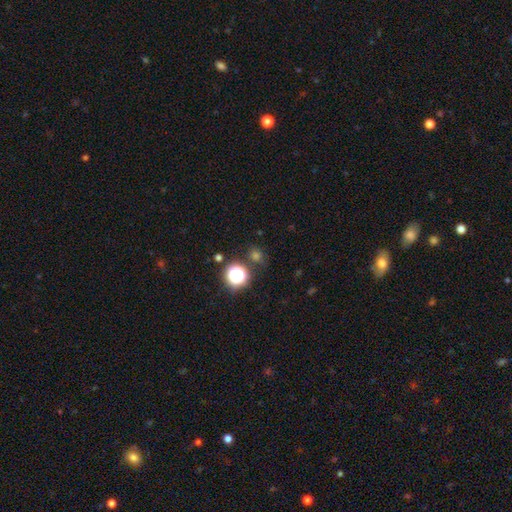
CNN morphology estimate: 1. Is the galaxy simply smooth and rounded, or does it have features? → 60% smooth, 34% star or artifact, 6% featured or disk.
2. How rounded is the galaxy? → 83% round, 15% in between, 1% cigar-shaped.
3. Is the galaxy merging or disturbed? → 80% none, 10% minor disturbance, 6% merger, 4% major disturbance.